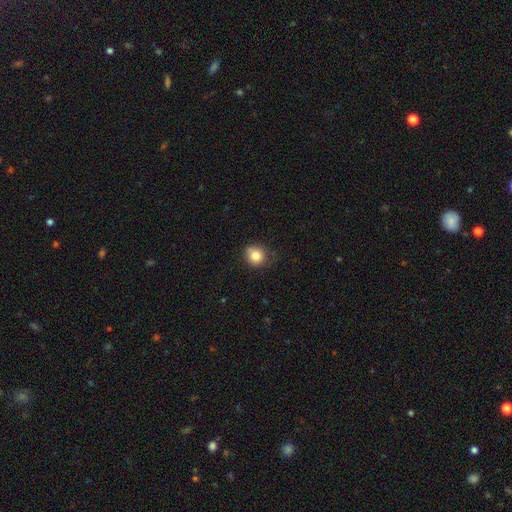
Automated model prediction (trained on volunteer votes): Smooth or featured?
  - smooth: 81% *
  - star or artifact: 11%
  - featured or disk: 8%
How rounded?
  - round: 83% *
  - in between: 16%
  - cigar-shaped: 1%
Merging?
  - none: 73% *
  - minor disturbance: 21%
  - major disturbance: 4%
  - merger: 2%